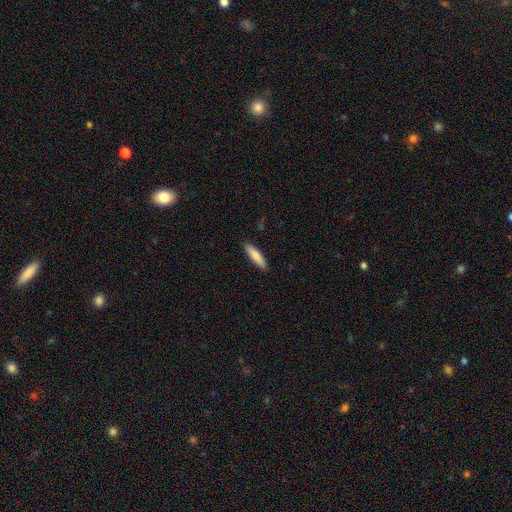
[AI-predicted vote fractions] A smooth galaxy with no disk features (80%) that is cigar-shaped (77%). Merging: none (89%).